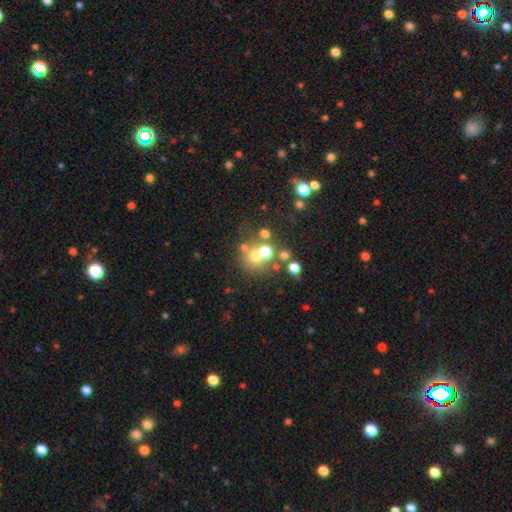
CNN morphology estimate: smooth_or_featured: smooth (p=0.58) [alt: star or artifact p=0.23]
how_rounded: round (p=0.84) [alt: in between p=0.15]
merging: none (p=0.51) [alt: merger p=0.33]